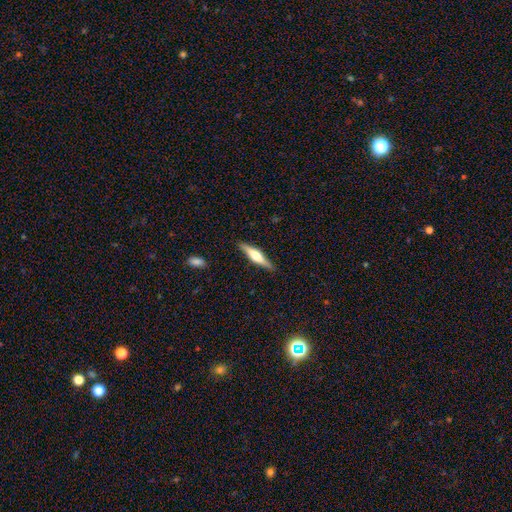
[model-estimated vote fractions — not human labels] smooth-or-featured: featured or disk: 58% | smooth: 36% | star or artifact: 6%
  disk-edge-on: yes: 96% | no: 4%
    edge-on-bulge: rounded: 87% | boxy: 9% | none: 4%
  merging: none: 88% | minor disturbance: 9% | major disturbance: 2% | merger: 1%